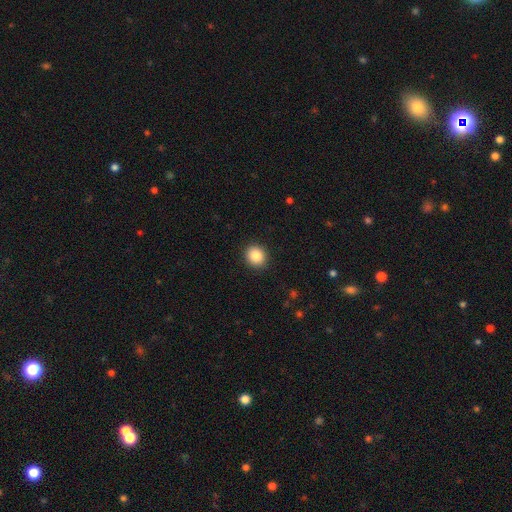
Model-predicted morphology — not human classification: smooth 86%, star or artifact 9%, featured or disk 5%. Down the decision tree: how rounded — round (82%); merging — none (92%).